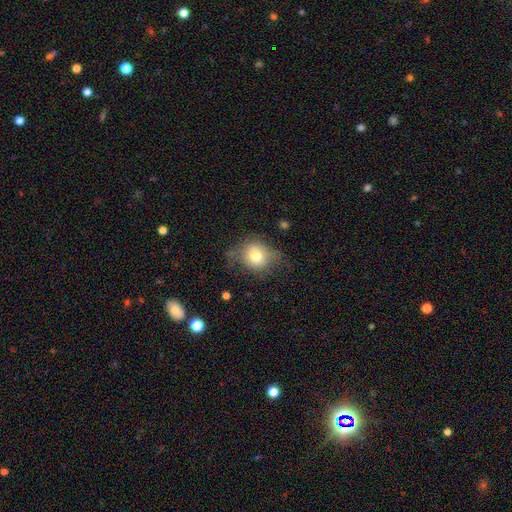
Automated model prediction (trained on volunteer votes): smooth-or-featured: smooth: 73% | featured or disk: 16% | star or artifact: 11%
  how-rounded: round: 71% | in between: 28% | cigar-shaped: 1%
  merging: none: 58% | minor disturbance: 29% | major disturbance: 11% | merger: 2%